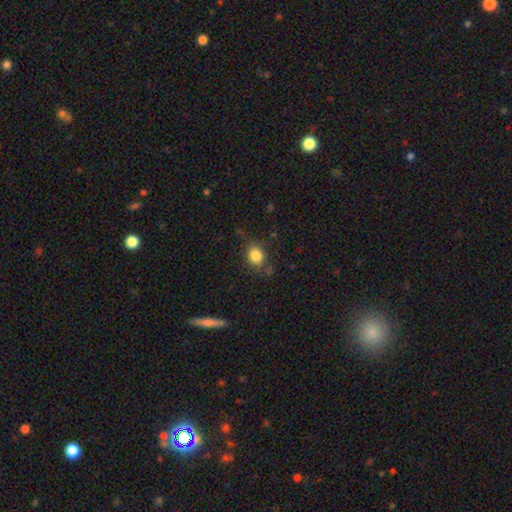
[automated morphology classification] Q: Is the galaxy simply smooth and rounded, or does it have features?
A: smooth — 83%.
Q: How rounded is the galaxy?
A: round — 54%.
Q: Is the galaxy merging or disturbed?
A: none — 75%.